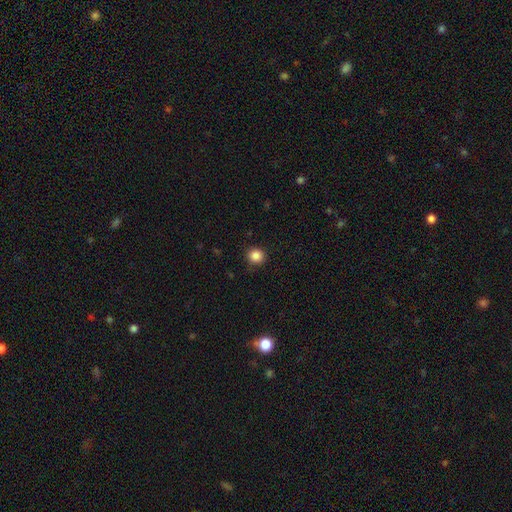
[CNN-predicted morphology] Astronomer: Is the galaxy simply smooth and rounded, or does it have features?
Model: smooth — 86%.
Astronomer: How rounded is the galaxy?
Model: round — 89%.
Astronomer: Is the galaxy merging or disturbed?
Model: none — 89%.